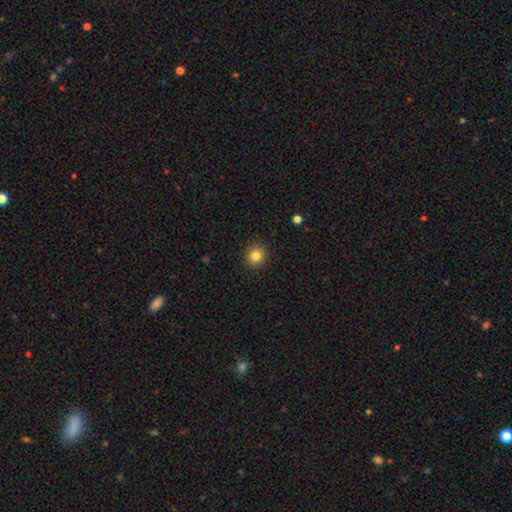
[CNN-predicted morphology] Q: Smooth or featured?
A: smooth (83%); runner-up: star or artifact (11%)
Q: How rounded?
A: round (90%); runner-up: in between (10%)
Q: Merging?
A: none (92%); runner-up: minor disturbance (5%)